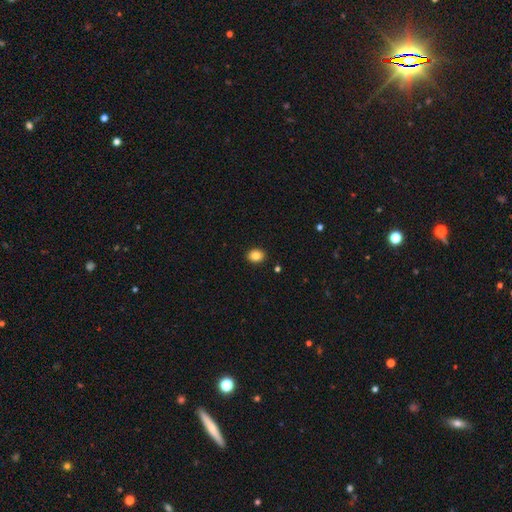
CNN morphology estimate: Smooth or featured? Predicted: smooth (p=0.85). How rounded? Predicted: round (p=0.52). Merging? Predicted: none (p=0.91).